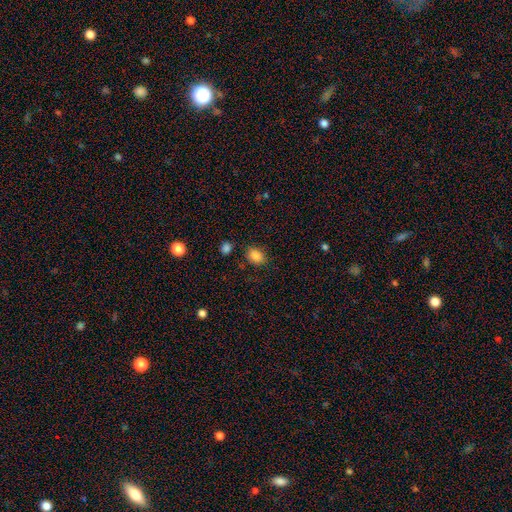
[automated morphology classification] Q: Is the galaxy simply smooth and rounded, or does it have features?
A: smooth — 86%.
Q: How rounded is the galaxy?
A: in between — 76%.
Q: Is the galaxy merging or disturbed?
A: none — 80%.